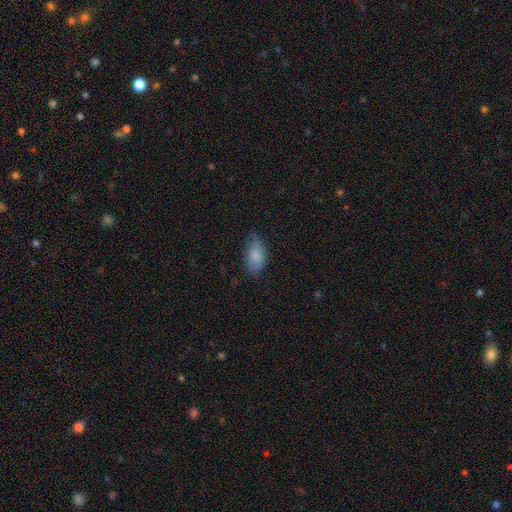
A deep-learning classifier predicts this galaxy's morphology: This appears to be a smooth galaxy with no disk features (83%) that is in between round and cigar-shaped (92%). Merging: none (67%).